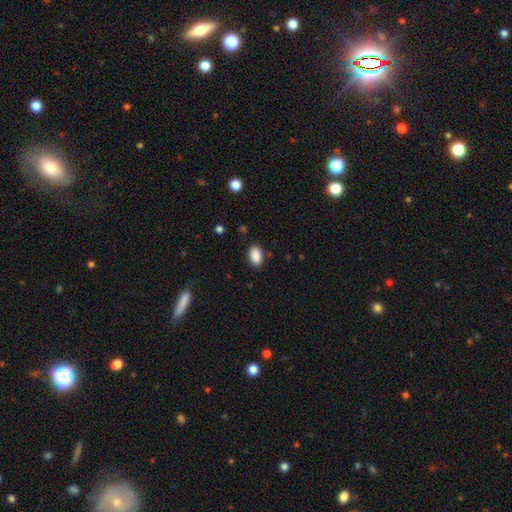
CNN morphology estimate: A smooth galaxy with no disk features (89%) that is in between round and cigar-shaped (89%).

Vote fractions:
- Smooth or featured? smooth: 89% / star or artifact: 8% / featured or disk: 3%
- How rounded? in between: 89% / round: 9% / cigar-shaped: 1%
- Merging? none: 86% / minor disturbance: 10% / major disturbance: 3% / merger: 1%